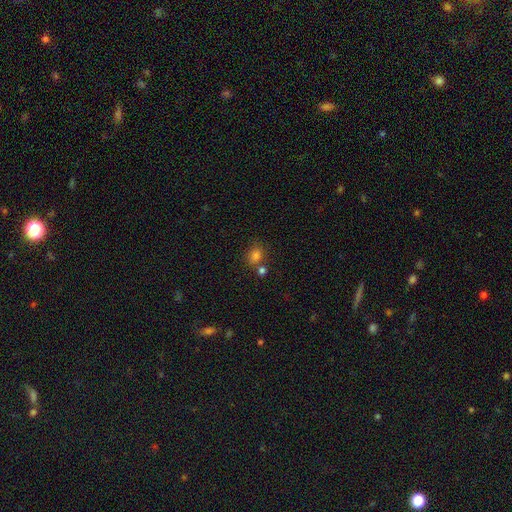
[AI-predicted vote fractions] The model was most divided on "how rounded": in between: 58%, round: 41%, cigar-shaped: 1%. More confident: smooth or featured — smooth (79%); merging — none (60%).